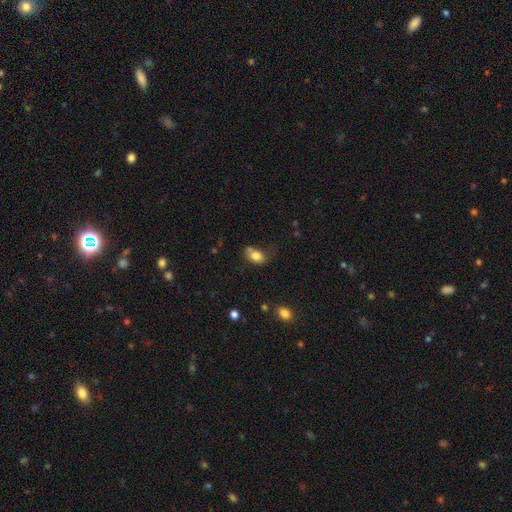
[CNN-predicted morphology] A smooth galaxy with no disk features (80%) that is in between round and cigar-shaped (76%). Merging: none (48%).